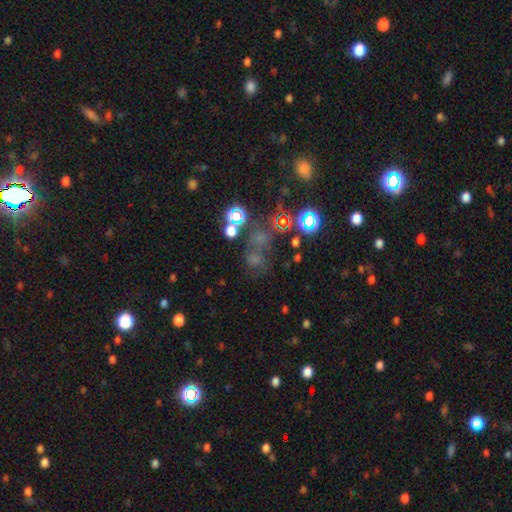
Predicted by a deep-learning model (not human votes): smooth-or-featured: star or artifact: 47% | smooth: 37% | featured or disk: 16%